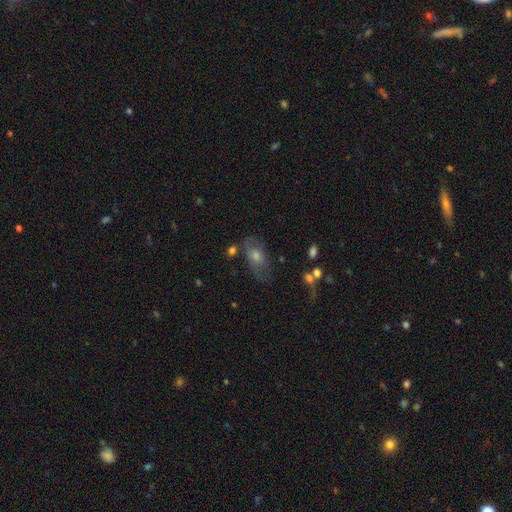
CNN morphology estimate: Smooth or featured?
  - featured or disk: 44% *
  - smooth: 39%
  - star or artifact: 17%
Merging?
  - none: 58% *
  - minor disturbance: 22%
  - major disturbance: 13%
  - merger: 6%